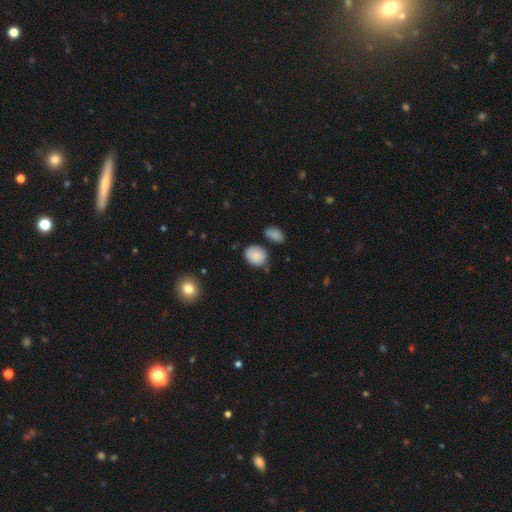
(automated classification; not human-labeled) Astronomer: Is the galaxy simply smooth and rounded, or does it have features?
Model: smooth — 85%.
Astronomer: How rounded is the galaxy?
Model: round — 50% (runner-up: in between, 49%).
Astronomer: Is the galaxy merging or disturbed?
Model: none — 66%.